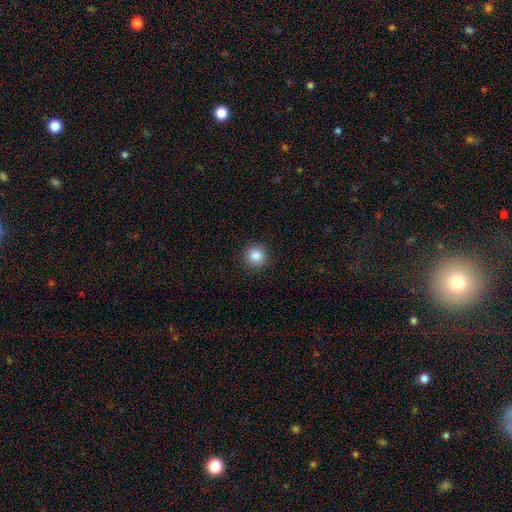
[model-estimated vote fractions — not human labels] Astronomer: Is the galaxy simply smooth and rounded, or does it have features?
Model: smooth — 86%.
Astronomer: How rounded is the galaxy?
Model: round — 95%.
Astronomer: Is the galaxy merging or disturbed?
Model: none — 92%.